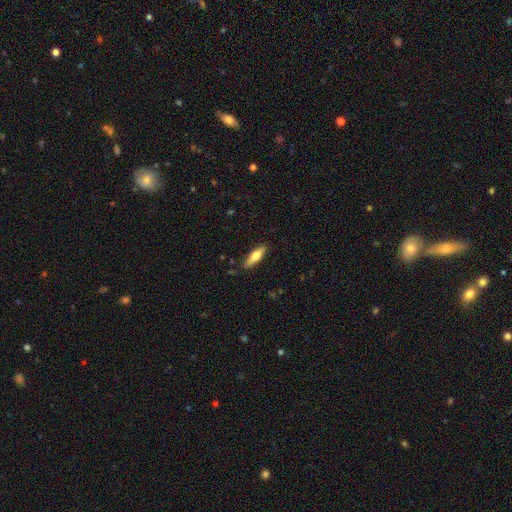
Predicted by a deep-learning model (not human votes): Smooth or featured? Predicted: smooth (p=0.54). How rounded? Predicted: cigar-shaped (p=0.65). Merging? Predicted: none (p=0.88).